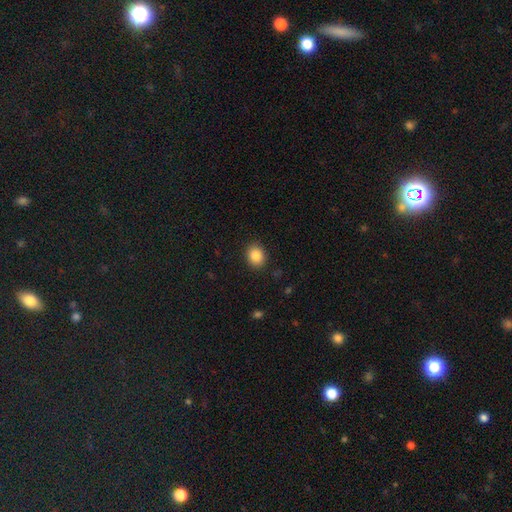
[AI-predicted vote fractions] Q: Smooth or featured?
A: smooth (86%); runner-up: star or artifact (9%)
Q: How rounded?
A: round (57%); runner-up: in between (43%)
Q: Merging?
A: none (90%); runner-up: minor disturbance (7%)